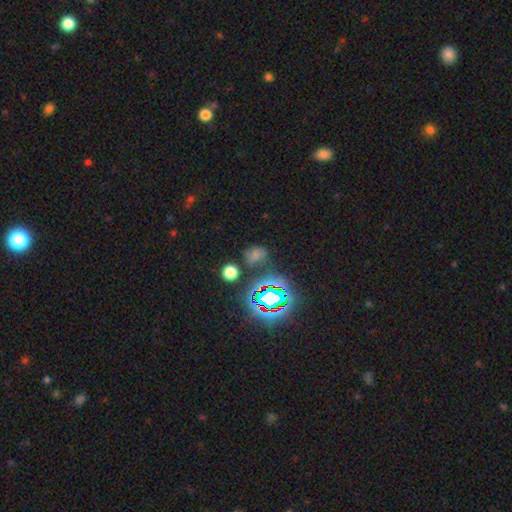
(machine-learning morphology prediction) Smooth or featured: smooth — 47% (star or artifact — 36%)
Merging: none — 59% (minor disturbance — 21%)